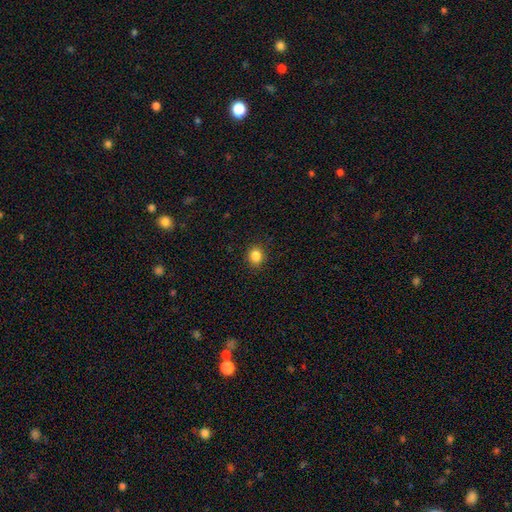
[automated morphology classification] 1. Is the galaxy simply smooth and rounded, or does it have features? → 85% smooth, 11% star or artifact, 4% featured or disk.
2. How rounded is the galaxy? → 64% round, 35% in between, 1% cigar-shaped.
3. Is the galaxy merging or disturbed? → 90% none, 7% minor disturbance, 2% major disturbance, 1% merger.